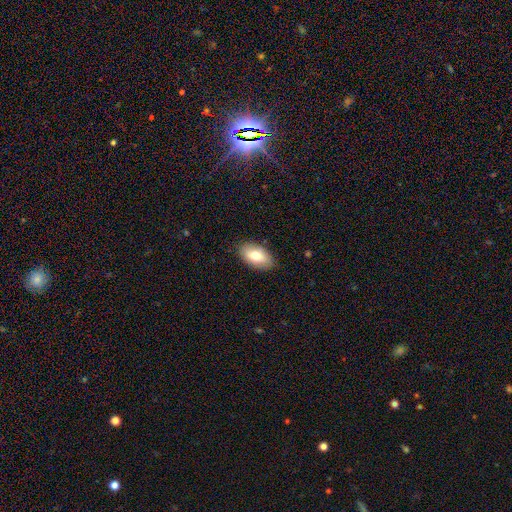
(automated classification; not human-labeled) Morphology: type=smooth (75%); roundness=in between (94%); merging=none (85%).